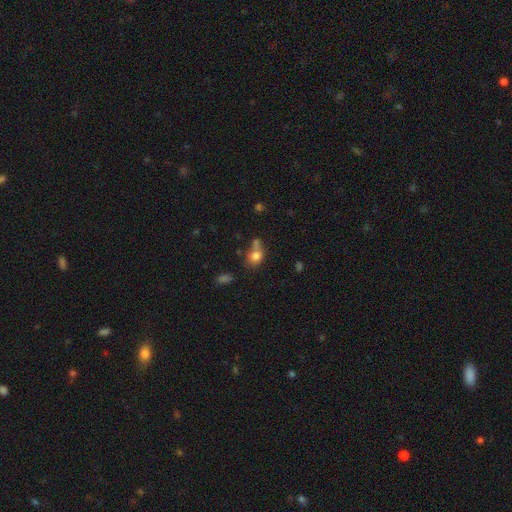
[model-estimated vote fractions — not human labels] smooth_or_featured: smooth (p=0.78) [alt: star or artifact p=0.11]
how_rounded: round (p=0.60) [alt: in between p=0.38]
merging: none (p=0.43) [alt: merger p=0.33]